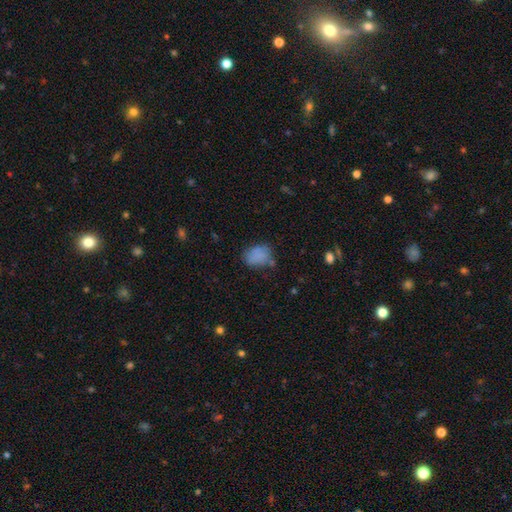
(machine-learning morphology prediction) smooth_or_featured: smooth (p=0.79) [alt: star or artifact p=0.11]
how_rounded: in between (p=0.66) [alt: round p=0.32]
merging: none (p=0.56) [alt: minor disturbance p=0.27]